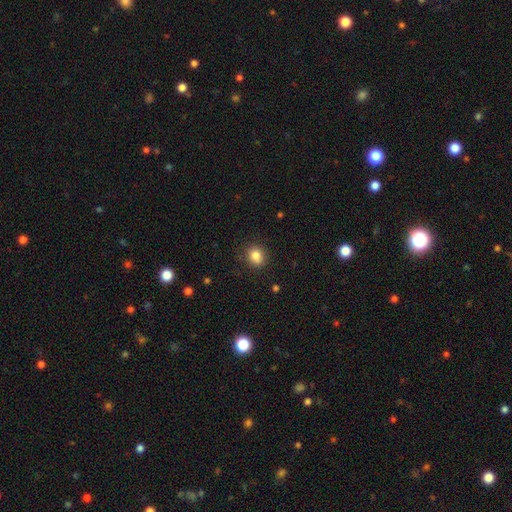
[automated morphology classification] smooth_or_featured: smooth (p=0.83) [alt: star or artifact p=0.11]
how_rounded: round (p=0.69) [alt: in between p=0.30]
merging: none (p=0.86) [alt: minor disturbance p=0.10]